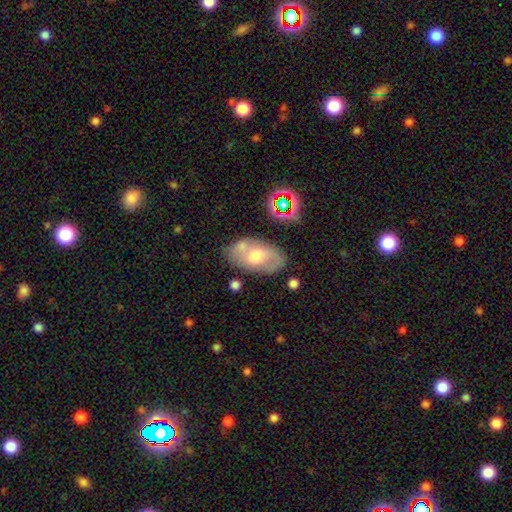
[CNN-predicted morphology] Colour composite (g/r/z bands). It shows a featured or disk galaxy (47%). Merging: none (69%).